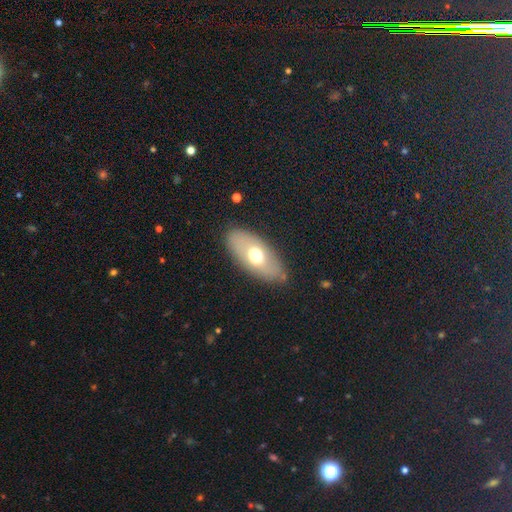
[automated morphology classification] smooth_or_featured: smooth (p=0.59) [alt: featured or disk p=0.33]
how_rounded: in between (p=0.88) [alt: cigar-shaped p=0.07]
merging: none (p=0.82) [alt: minor disturbance p=0.12]